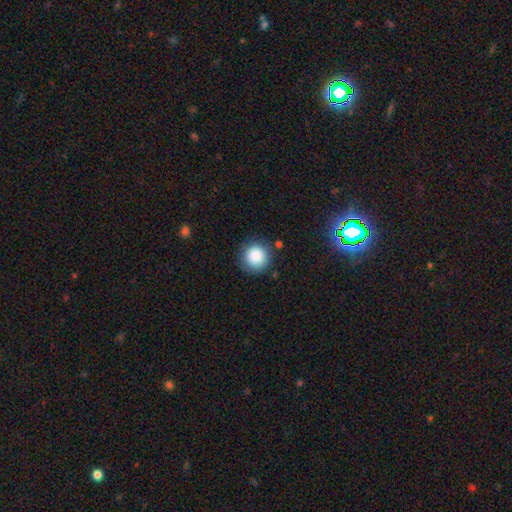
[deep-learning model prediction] The model was most divided on "merging": none: 85%, minor disturbance: 10%, major disturbance: 3%, merger: 2%. More confident: how rounded — round (94%); smooth or featured — smooth (86%).